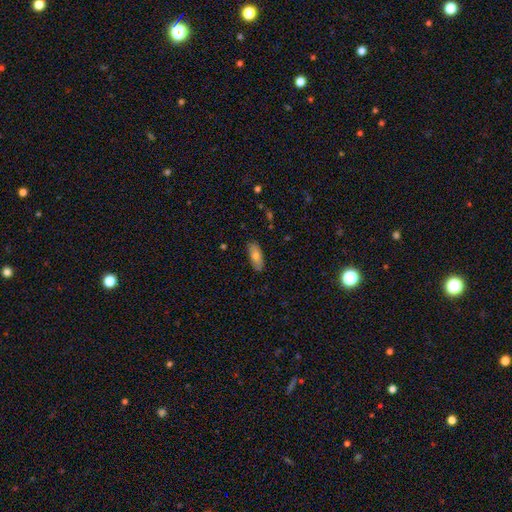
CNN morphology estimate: Q: Smooth or featured?
A: smooth (74%); runner-up: featured or disk (20%)
Q: How rounded?
A: in between (79%); runner-up: cigar-shaped (19%)
Q: Merging?
A: none (84%); runner-up: minor disturbance (12%)